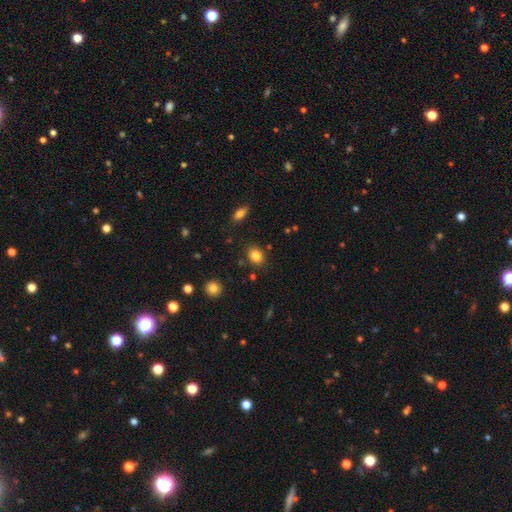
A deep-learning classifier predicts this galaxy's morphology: Smooth or featured? Predicted: smooth (p=0.84). How rounded? Predicted: in between (p=0.59). Merging? Predicted: none (p=0.82).